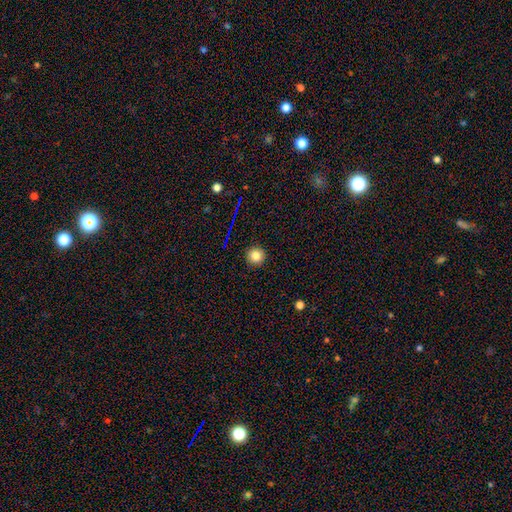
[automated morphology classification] smooth_or_featured: smooth (p=0.80) [alt: star or artifact p=0.12]
how_rounded: round (p=0.95) [alt: in between p=0.04]
merging: none (p=0.92) [alt: minor disturbance p=0.05]